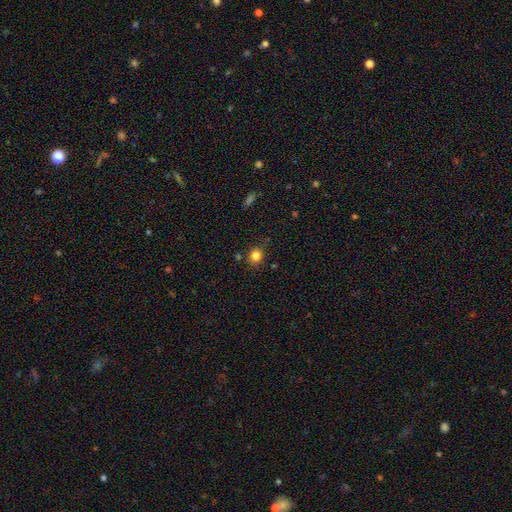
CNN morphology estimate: The model was most divided on "how rounded": round: 79%, in between: 20%, cigar-shaped: 1%. More confident: merging — none (85%); smooth or featured — smooth (82%).